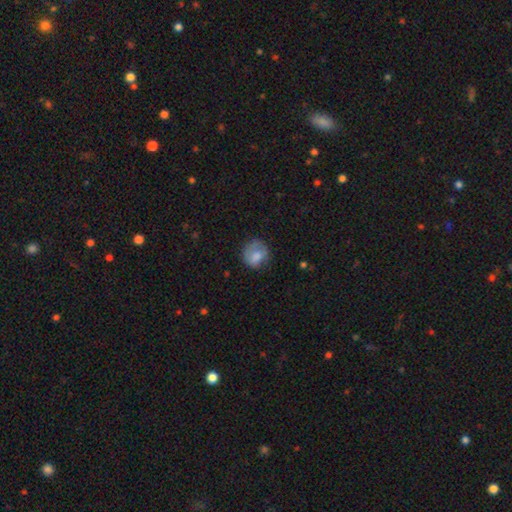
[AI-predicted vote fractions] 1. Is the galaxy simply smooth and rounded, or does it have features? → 72% smooth, 20% featured or disk, 8% star or artifact.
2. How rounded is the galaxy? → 75% round, 24% in between, 1% cigar-shaped.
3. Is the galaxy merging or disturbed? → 55% none, 27% minor disturbance, 16% major disturbance, 2% merger.